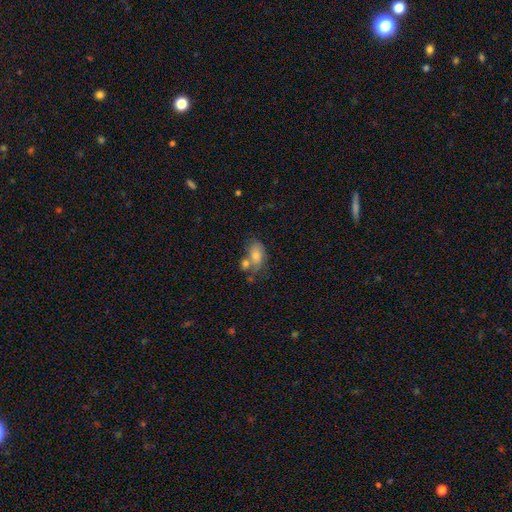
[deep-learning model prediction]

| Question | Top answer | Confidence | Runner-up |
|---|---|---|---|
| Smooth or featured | smooth | 62% | featured or disk (26%) |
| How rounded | in between | 85% | round (13%) |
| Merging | none | 40% | merger (29%) |